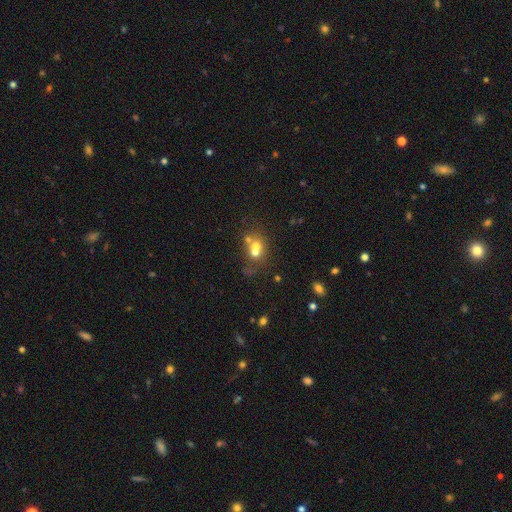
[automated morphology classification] This is possibly a smooth galaxy (55%). How rounded: possibly round (53%). Merging: possibly merger (47%).